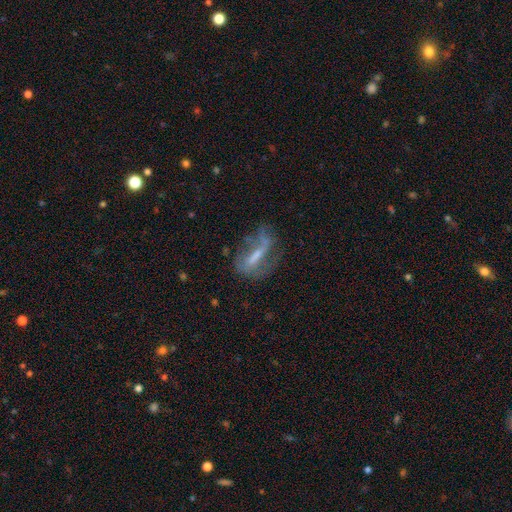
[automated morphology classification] Smooth or featured?
  - featured or disk: 62% *
  - smooth: 28%
  - star or artifact: 10%
Edge-on disk?
  - no: 84% *
  - yes: 16%
Bar?
  - strong: 44% *
  - weak: 33%
  - no: 23%
Spiral arms?
  - yes: 59% *
  - no: 41%
Bulge size?
  - small: 37% *
  - moderate: 30%
  - none: 26%
  - large: 5%
  - dominant: 1%
Merging?
  - none: 42% *
  - major disturbance: 29%
  - minor disturbance: 24%
  - merger: 5%